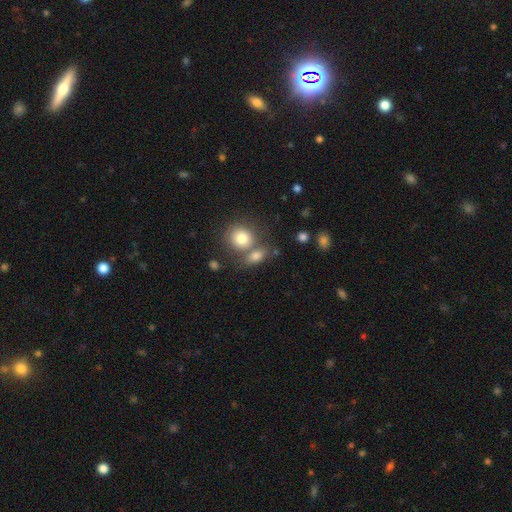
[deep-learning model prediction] This is likely a smooth galaxy (80%). How rounded: likely in between (63%). Merging: possibly none (47%).